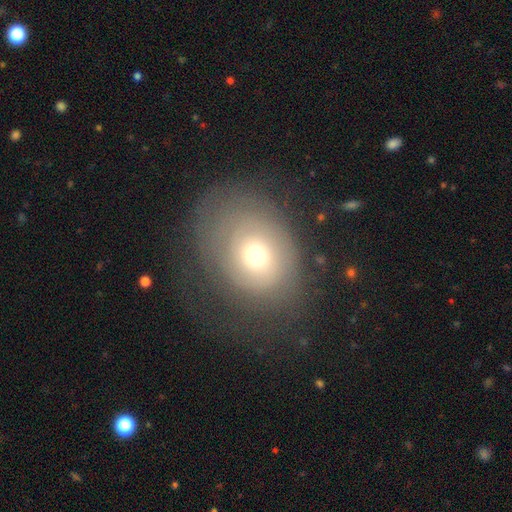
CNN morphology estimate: Smooth or featured: smooth — 55% (featured or disk — 34%)
How rounded: in between — 55% (round — 44%)
Merging: none — 59% (minor disturbance — 22%)